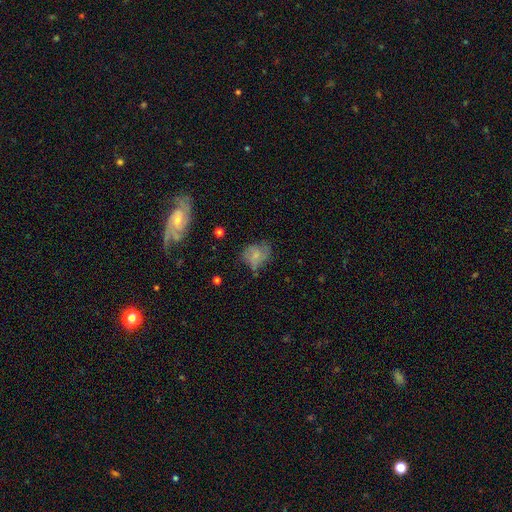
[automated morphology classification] Smooth or featured? Predicted: smooth (p=0.49). Merging? Predicted: none (p=0.51).